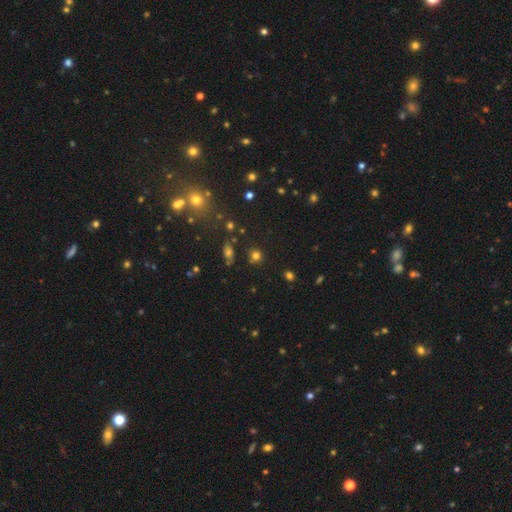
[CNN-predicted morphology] Smooth or featured: smooth — 71% (star or artifact — 21%)
How rounded: round — 85% (in between — 14%)
Merging: none — 80% (minor disturbance — 10%)